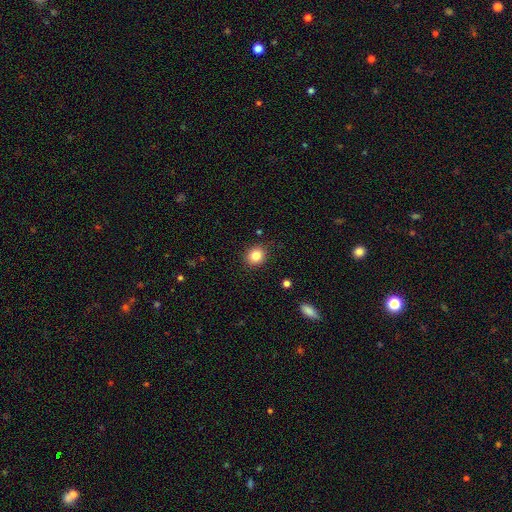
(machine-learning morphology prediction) This appears to be a smooth galaxy with no disk features (84%) that is round (75%). Merging: none (88%).